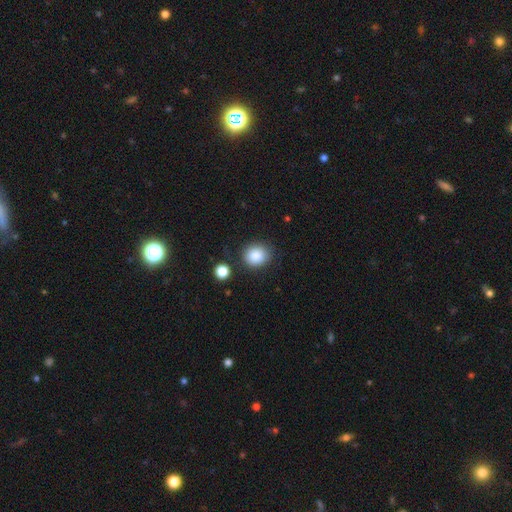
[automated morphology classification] smooth_or_featured: smooth (p=0.86) [alt: star or artifact p=0.09]
how_rounded: round (p=0.77) [alt: in between p=0.22]
merging: none (p=0.81) [alt: minor disturbance p=0.11]